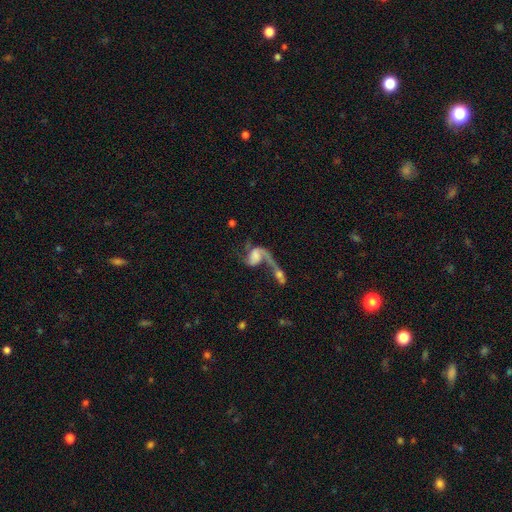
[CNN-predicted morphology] Smooth or featured?
  - featured or disk: 71% *
  - smooth: 21%
  - star or artifact: 8%
Edge-on disk?
  - no: 96% *
  - yes: 4%
Bar?
  - no: 57% *
  - weak: 31%
  - strong: 12%
Spiral arms?
  - yes: 85% *
  - no: 15%
Spiral winding?
  - loose: 73% *
  - medium: 21%
  - tight: 6%
Spiral arm count?
  - 2: 55% *
  - 1: 36%
  - can't tell: 5%
  - 3: 2%
  - 4: 1%
  - more than 4: 1%
Bulge size?
  - none: 40% *
  - small: 20%
  - moderate: 18%
  - large: 17%
  - dominant: 6%
Merging?
  - merger: 48% *
  - major disturbance: 24%
  - none: 19%
  - minor disturbance: 8%